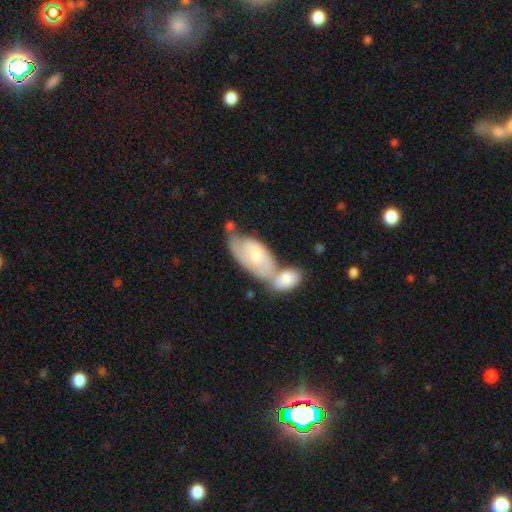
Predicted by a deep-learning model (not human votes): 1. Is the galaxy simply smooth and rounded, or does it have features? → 52% smooth, 43% featured or disk, 5% star or artifact.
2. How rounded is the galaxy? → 91% in between, 5% cigar-shaped, 4% round.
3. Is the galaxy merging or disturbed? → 56% merger, 24% none, 14% minor disturbance, 6% major disturbance.